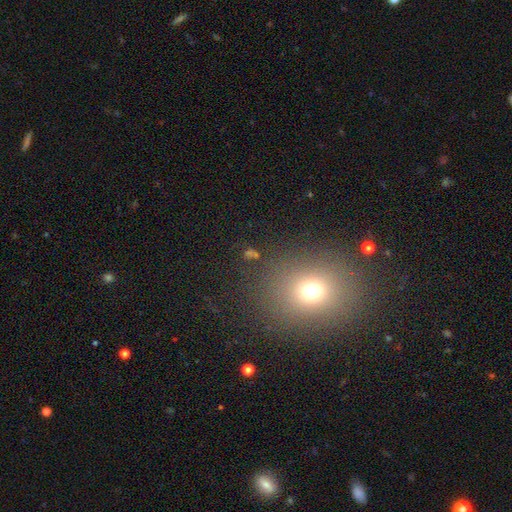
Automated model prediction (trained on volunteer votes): The model was most divided on "smooth or featured": smooth: 61%, star or artifact: 30%, featured or disk: 10%. More confident: merging — none (83%); how rounded — round (67%).